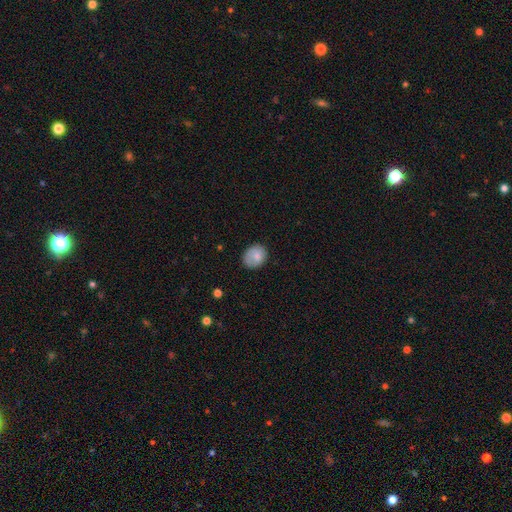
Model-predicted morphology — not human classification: Smooth or featured?
  - smooth: 81% *
  - featured or disk: 11%
  - star or artifact: 8%
How rounded?
  - round: 51% *
  - in between: 48%
  - cigar-shaped: 1%
Merging?
  - none: 74% *
  - minor disturbance: 20%
  - major disturbance: 5%
  - merger: 1%